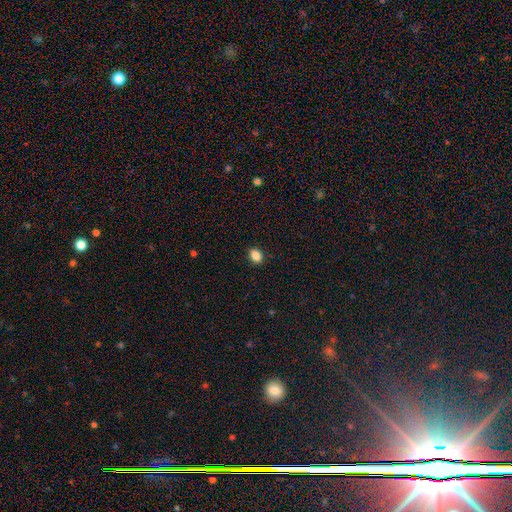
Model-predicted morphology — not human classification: smooth 86%, star or artifact 10%, featured or disk 4%. Down the decision tree: how rounded — in between (66%); merging — none (89%).